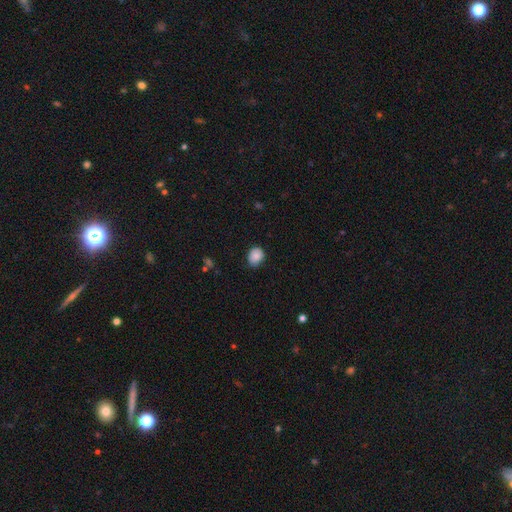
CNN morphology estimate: Q: Smooth or featured?
A: smooth (84%); runner-up: star or artifact (8%)
Q: How rounded?
A: round (53%); runner-up: in between (46%)
Q: Merging?
A: none (69%); runner-up: minor disturbance (26%)